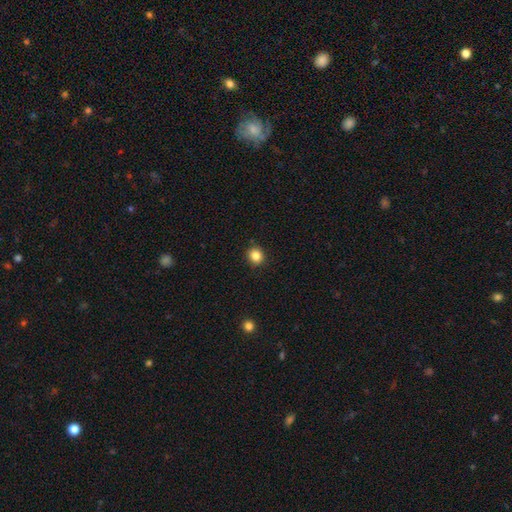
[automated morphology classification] Smooth or featured: smooth — 85% (star or artifact — 11%)
How rounded: round — 88% (in between — 11%)
Merging: none — 91% (minor disturbance — 6%)